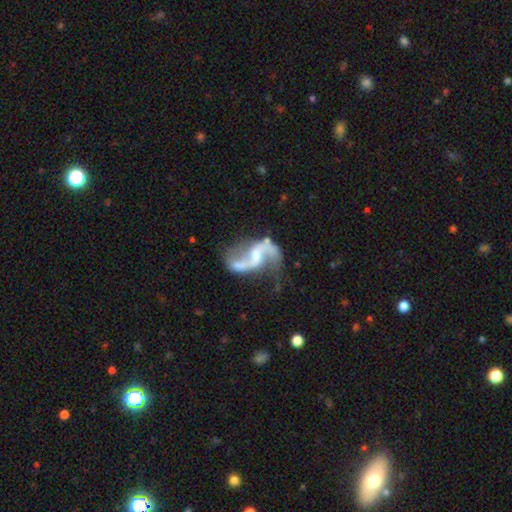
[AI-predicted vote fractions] A featured or disk galaxy (90%) with a weak bar (43%), 2 (93%) loose (76%) spiral arms (96%) and a small central bulge (48%). Merging: none (60%).